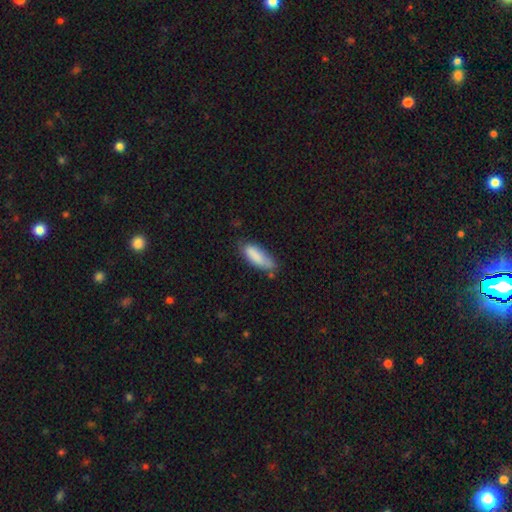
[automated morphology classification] Smooth or featured? smooth (84%)
How rounded? in between (66%)
Merging? none (55%)